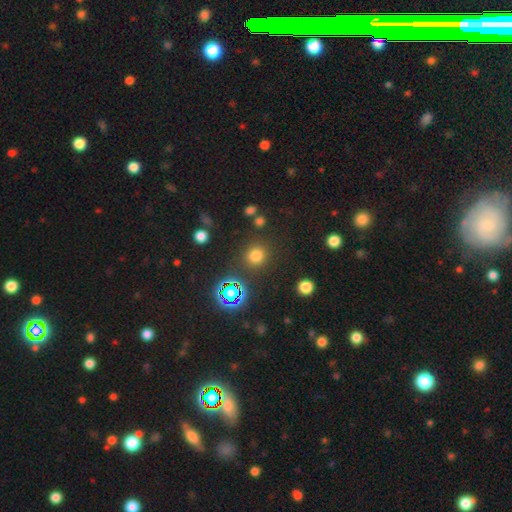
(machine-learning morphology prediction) Smooth or featured?
  - smooth: 72% *
  - star or artifact: 23%
  - featured or disk: 6%
How rounded?
  - round: 92% *
  - in between: 7%
  - cigar-shaped: 1%
Merging?
  - none: 85% *
  - minor disturbance: 7%
  - major disturbance: 4%
  - merger: 4%